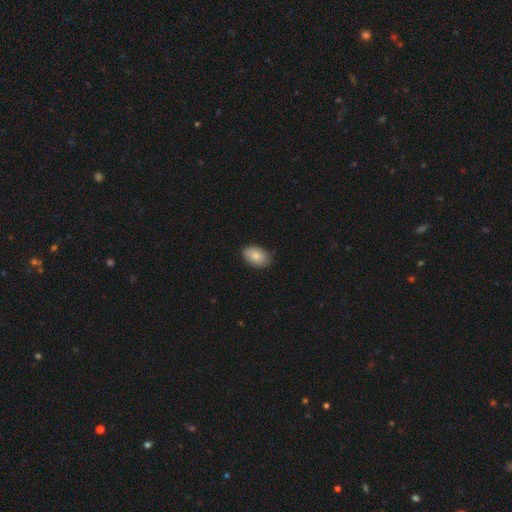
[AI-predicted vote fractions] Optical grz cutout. It shows a smooth galaxy with no disk features (85%) that is in between round and cigar-shaped (90%). Merging: none (84%).